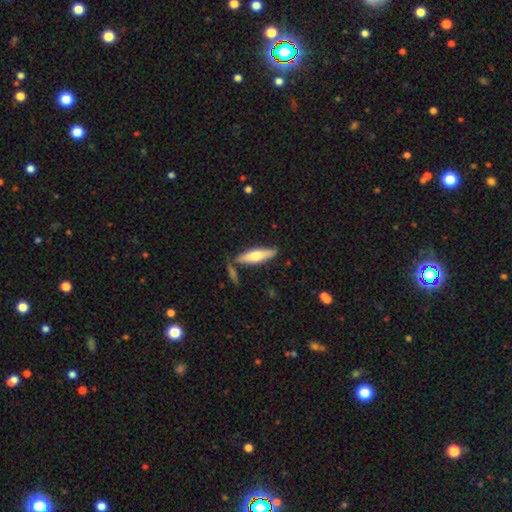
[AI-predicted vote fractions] Smooth or featured? Predicted: smooth (p=0.58). How rounded? Predicted: cigar-shaped (p=0.66). Merging? Predicted: none (p=0.76).